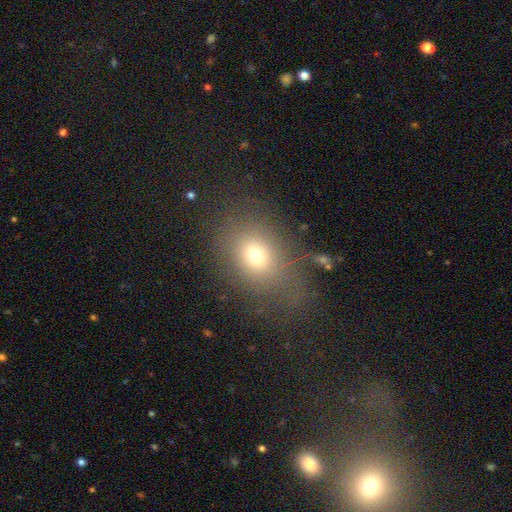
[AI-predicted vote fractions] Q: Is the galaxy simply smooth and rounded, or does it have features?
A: smooth — 68%.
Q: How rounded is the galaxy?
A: in between — 55%.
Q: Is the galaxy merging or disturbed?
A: none — 64%.